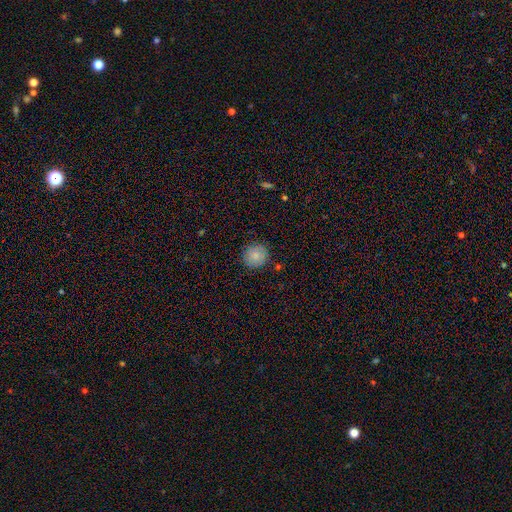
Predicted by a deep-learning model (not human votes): smooth-or-featured: smooth: 84% | star or artifact: 9% | featured or disk: 7%
  how-rounded: round: 91% | in between: 8% | cigar-shaped: 1%
  merging: none: 88% | minor disturbance: 9% | major disturbance: 2% | merger: 1%